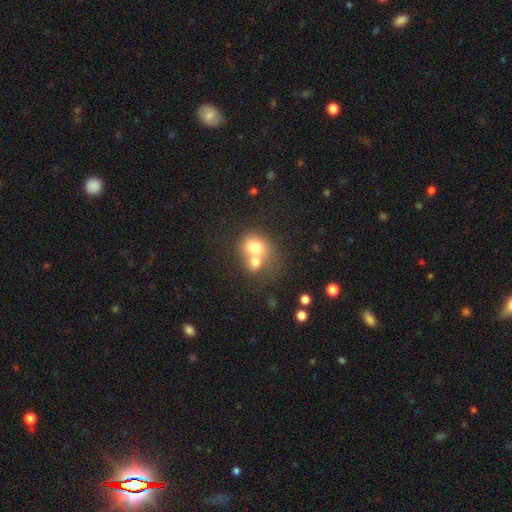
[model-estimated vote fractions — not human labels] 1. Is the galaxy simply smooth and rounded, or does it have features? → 68% smooth, 21% featured or disk, 11% star or artifact.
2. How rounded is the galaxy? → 64% round, 35% in between, 1% cigar-shaped.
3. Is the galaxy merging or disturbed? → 66% merger, 23% none, 7% minor disturbance, 4% major disturbance.